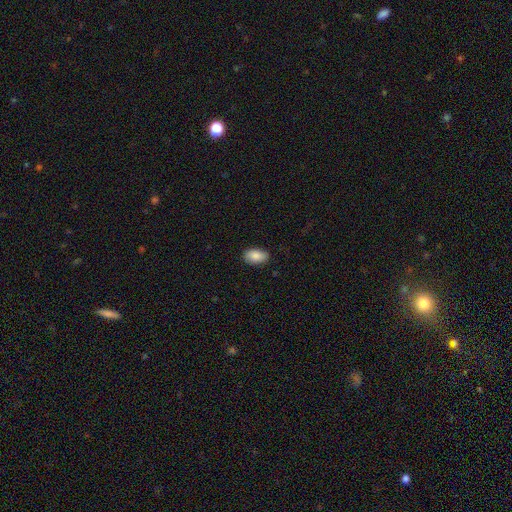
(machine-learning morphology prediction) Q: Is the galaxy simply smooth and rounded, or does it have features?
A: smooth — 87%.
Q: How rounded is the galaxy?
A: in between — 93%.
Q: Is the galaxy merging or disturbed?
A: none — 85%.